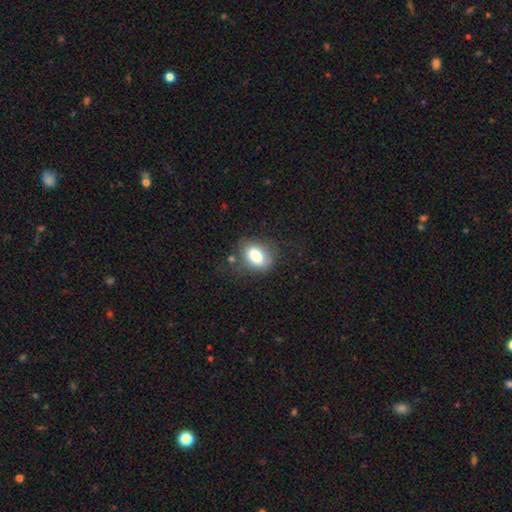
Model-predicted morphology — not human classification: smooth 80%, featured or disk 10%, star or artifact 9%. Down the decision tree: how rounded — in between (79%); merging — none (67%).